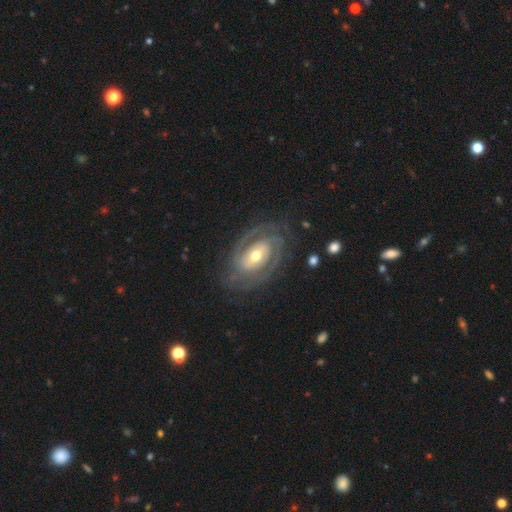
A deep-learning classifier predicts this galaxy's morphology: Q: Smooth or featured?
A: featured or disk (89%); runner-up: smooth (6%)
Q: Edge-on disk?
A: no (96%); runner-up: yes (4%)
Q: Bar?
A: no (47%); runner-up: weak (32%)
Q: Spiral arms?
A: yes (96%); runner-up: no (4%)
Q: Spiral winding?
A: tight (71%); runner-up: medium (24%)
Q: Spiral arm count?
A: 2 (56%); runner-up: 3 (16%)
Q: Bulge size?
A: moderate (63%); runner-up: small (30%)
Q: Merging?
A: none (77%); runner-up: minor disturbance (15%)